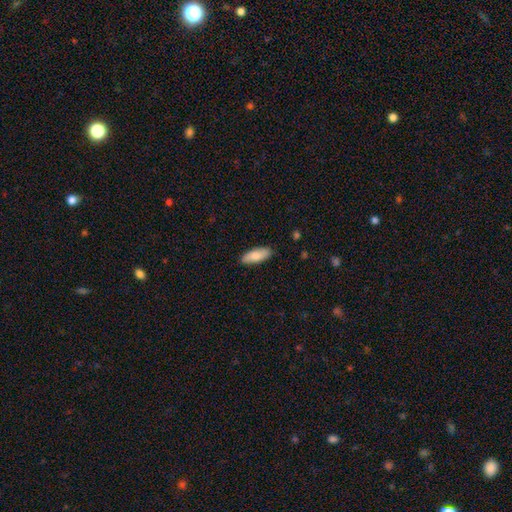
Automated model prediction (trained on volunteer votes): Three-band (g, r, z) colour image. It shows a smooth galaxy with no disk features (83%) that is in between round and cigar-shaped (76%). Merging: none (87%).